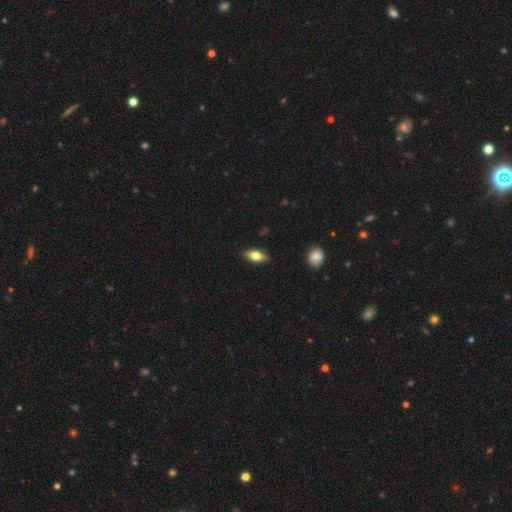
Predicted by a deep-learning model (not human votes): Smooth or featured? Predicted: smooth (p=0.70). How rounded? Predicted: in between (p=0.83). Merging? Predicted: none (p=0.86).